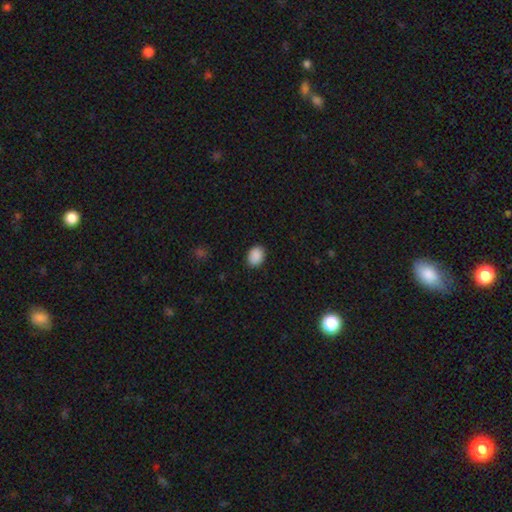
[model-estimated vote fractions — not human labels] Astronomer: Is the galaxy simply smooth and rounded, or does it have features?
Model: smooth — 90%.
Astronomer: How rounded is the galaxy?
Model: in between — 61% (runner-up: round, 39%).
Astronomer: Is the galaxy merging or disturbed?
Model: none — 88%.